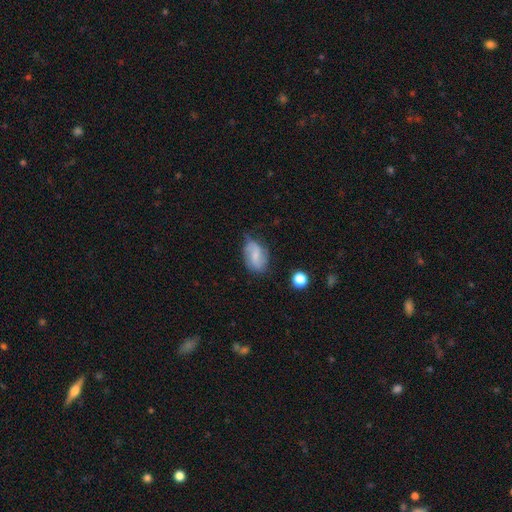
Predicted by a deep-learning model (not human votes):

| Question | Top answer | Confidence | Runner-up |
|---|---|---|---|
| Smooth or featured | featured or disk | 51% | smooth (41%) |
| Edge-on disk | no | 96% | yes (4%) |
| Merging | none | 58% | minor disturbance (30%) |